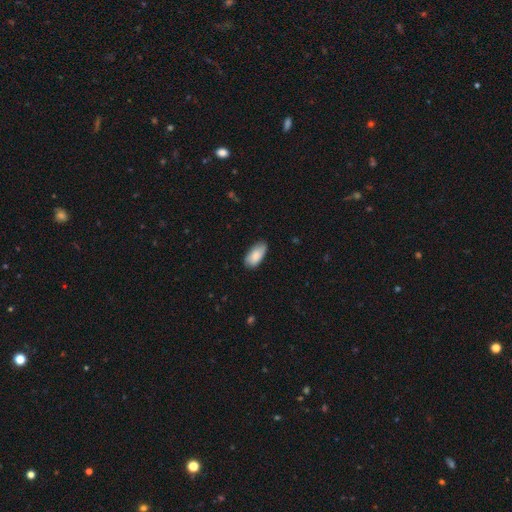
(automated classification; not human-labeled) Q: Smooth or featured?
A: smooth (84%); runner-up: featured or disk (10%)
Q: How rounded?
A: in between (93%); runner-up: cigar-shaped (5%)
Q: Merging?
A: none (76%); runner-up: minor disturbance (20%)